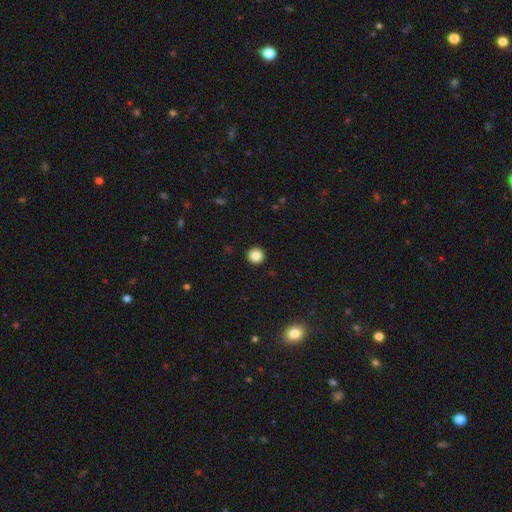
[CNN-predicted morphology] Smooth or featured? Predicted: smooth (p=0.86). How rounded? Predicted: round (p=0.96). Merging? Predicted: none (p=0.93).